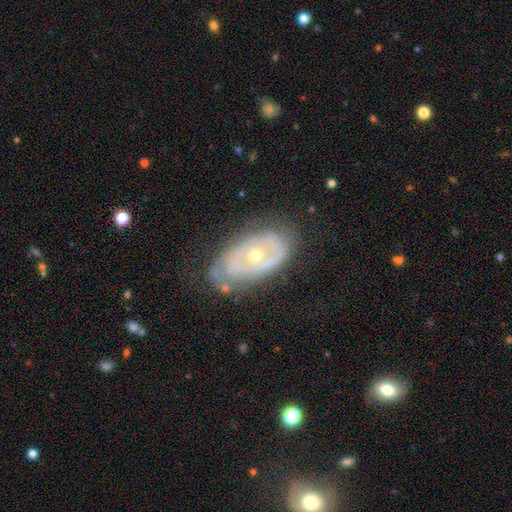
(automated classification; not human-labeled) smooth_or_featured: featured or disk (p=0.76) [alt: smooth p=0.18]
disk_edge_on: no (p=0.93) [alt: yes p=0.07]
bar: no (p=0.81) [alt: weak p=0.15]
has_spiral_arms: yes (p=0.56) [alt: no p=0.44]
bulge_size: moderate (p=0.53) [alt: small p=0.43]
merging: none (p=0.63) [alt: minor disturbance p=0.25]